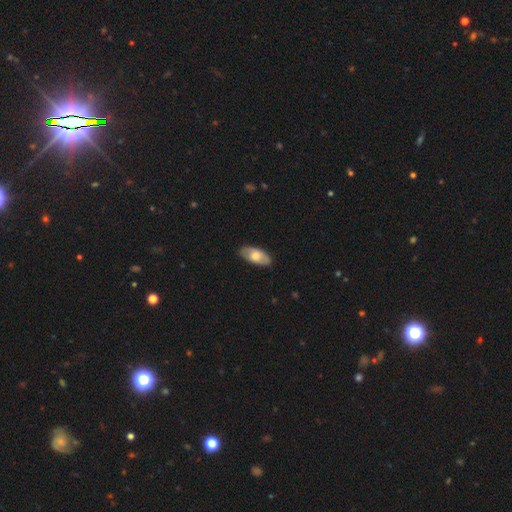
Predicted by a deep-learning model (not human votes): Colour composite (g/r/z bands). It shows a smooth galaxy with no disk features (64%) that is in between round and cigar-shaped (90%). Merging: none (84%).